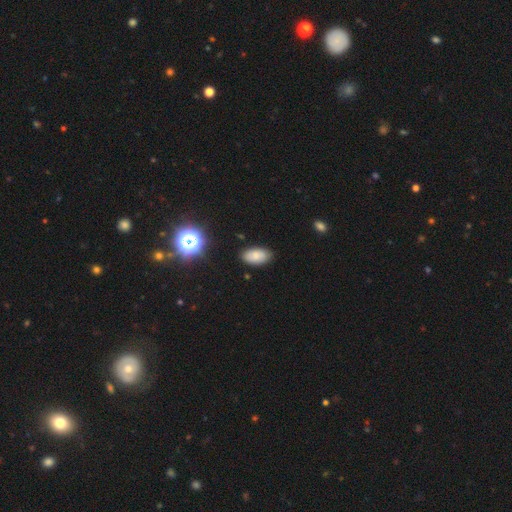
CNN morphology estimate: A smooth galaxy with no disk features (79%) that is in between round and cigar-shaped (94%).

Vote fractions:
- Smooth or featured? smooth: 79% / star or artifact: 11% / featured or disk: 10%
- How rounded? in between: 94% / round: 4% / cigar-shaped: 2%
- Merging? none: 85% / minor disturbance: 11% / major disturbance: 2% / merger: 1%